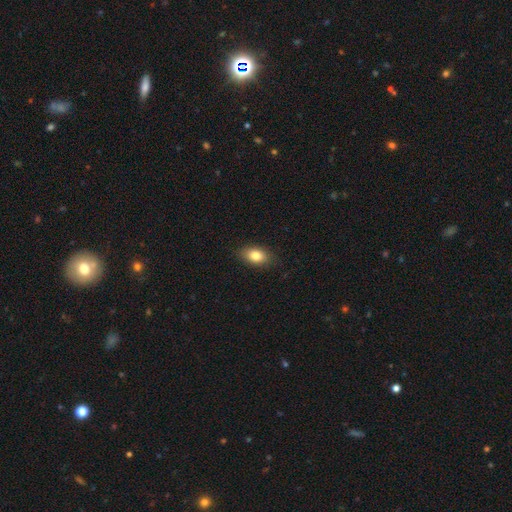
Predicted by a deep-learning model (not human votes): This is clearly a smooth galaxy (83%). How rounded: clearly in between (87%). Merging: clearly none (85%).